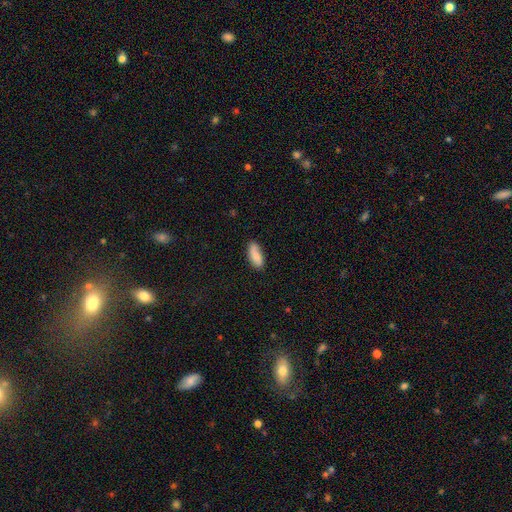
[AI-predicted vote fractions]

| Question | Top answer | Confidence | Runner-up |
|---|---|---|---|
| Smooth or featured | smooth | 79% | featured or disk (15%) |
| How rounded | in between | 82% | cigar-shaped (16%) |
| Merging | none | 71% | minor disturbance (21%) |